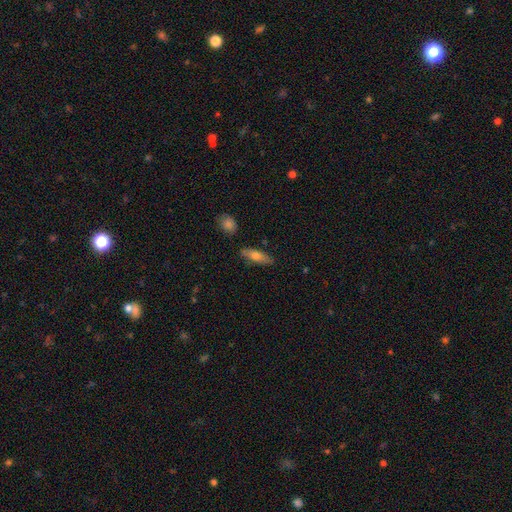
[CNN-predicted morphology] This appears to be a smooth galaxy with no disk features (68%) that is in between round and cigar-shaped (56%). Merging: none (79%).